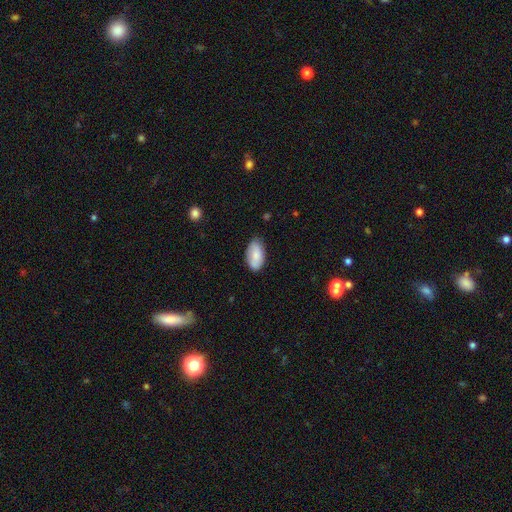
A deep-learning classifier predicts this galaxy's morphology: Overall: smooth (81%). How rounded: in between (95%). Merging: none (77%).